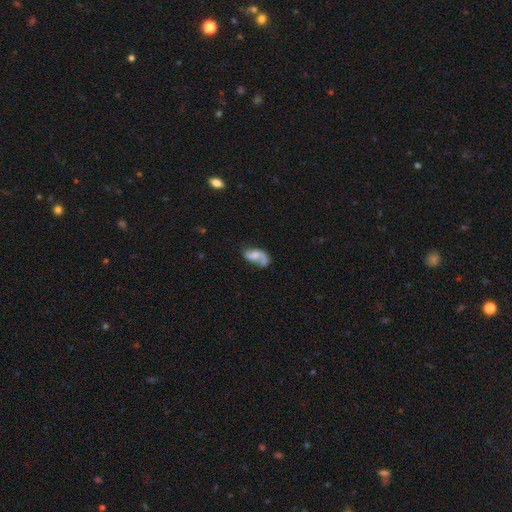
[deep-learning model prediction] Smooth or featured: featured or disk — 60% (smooth — 32%)
Edge-on disk: no — 96% (yes — 4%)
Bar: no — 59% (weak — 33%)
Spiral arms: yes — 81% (no — 19%)
Bulge size: small — 36% (moderate — 32%)
Merging: none — 38% (minor disturbance — 24%)